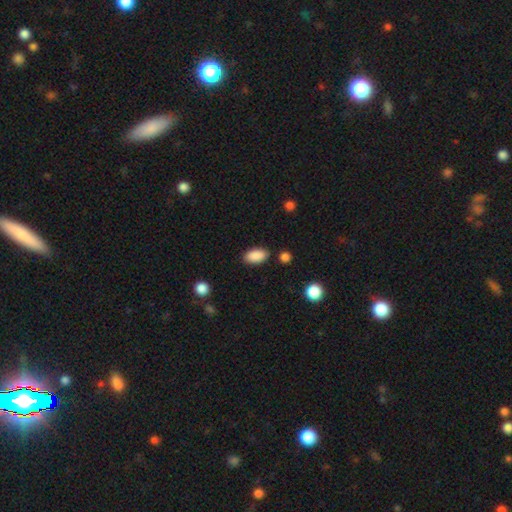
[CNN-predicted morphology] smooth-or-featured: smooth: 89% | star or artifact: 7% | featured or disk: 4%
  how-rounded: in between: 93% | cigar-shaped: 4% | round: 4%
  merging: none: 85% | minor disturbance: 10% | merger: 3% | major disturbance: 2%